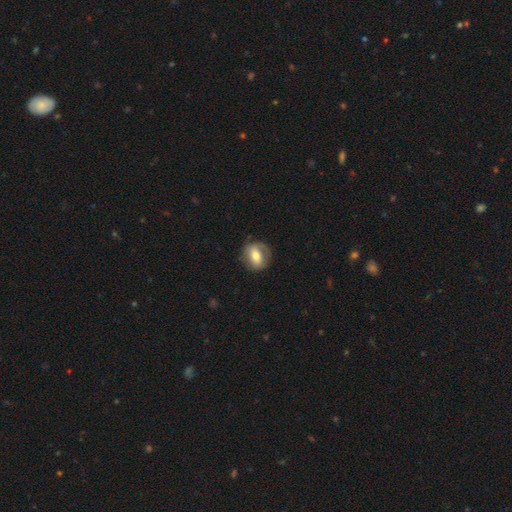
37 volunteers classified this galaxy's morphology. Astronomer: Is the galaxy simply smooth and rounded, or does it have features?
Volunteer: smooth — 57% (runner-up: featured or disk, 38%).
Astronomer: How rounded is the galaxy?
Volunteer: round — 57% (runner-up: in between, 38%).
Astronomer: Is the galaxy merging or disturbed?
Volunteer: none — 74%.